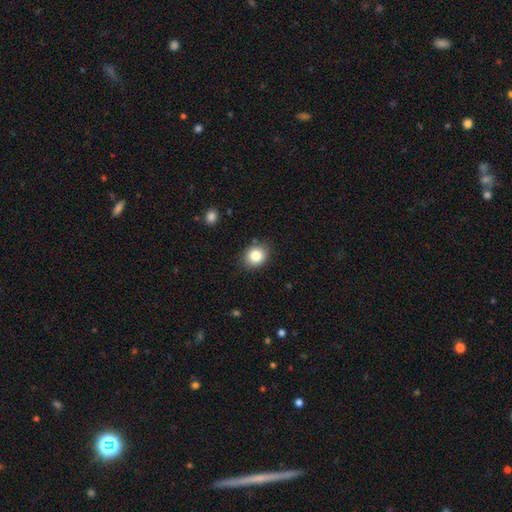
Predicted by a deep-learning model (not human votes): smooth-or-featured: smooth: 83% | star or artifact: 10% | featured or disk: 7%
  how-rounded: round: 63% | in between: 36% | cigar-shaped: 1%
  merging: none: 85% | minor disturbance: 11% | major disturbance: 2% | merger: 2%